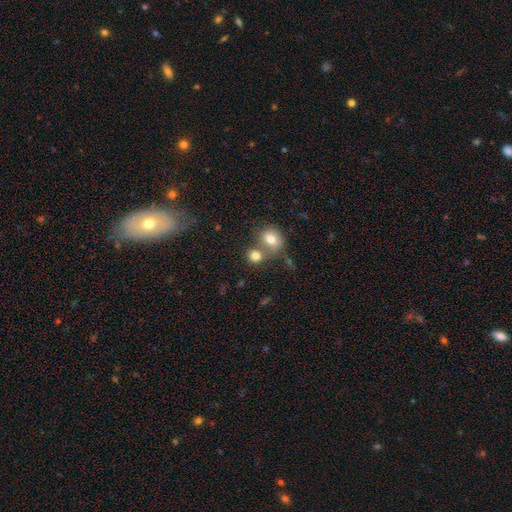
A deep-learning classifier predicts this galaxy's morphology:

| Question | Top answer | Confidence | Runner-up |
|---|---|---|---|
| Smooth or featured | smooth | 78% | star or artifact (11%) |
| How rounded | round | 75% | in between (24%) |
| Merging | none | 45% | merger (43%) |